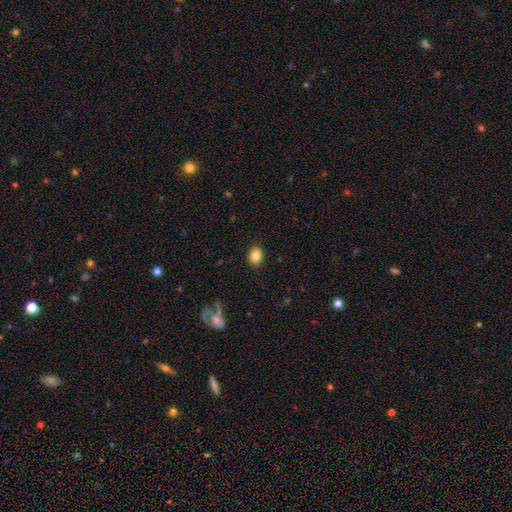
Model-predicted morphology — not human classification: A smooth galaxy with no disk features (84%) that is in between round and cigar-shaped (62%). Merging: none (88%).